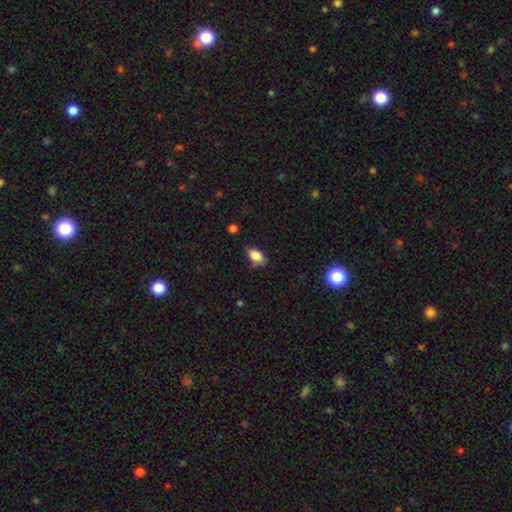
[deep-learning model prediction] Smooth or featured?
  - smooth: 83% *
  - star or artifact: 8%
  - featured or disk: 8%
How rounded?
  - in between: 89% *
  - round: 8%
  - cigar-shaped: 4%
Merging?
  - none: 68% *
  - minor disturbance: 25%
  - major disturbance: 5%
  - merger: 2%